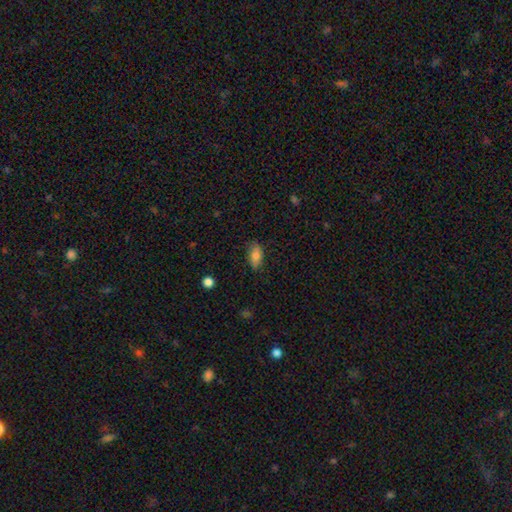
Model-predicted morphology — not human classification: Smooth or featured?
  - smooth: 79% *
  - featured or disk: 13%
  - star or artifact: 8%
How rounded?
  - in between: 87% *
  - cigar-shaped: 9%
  - round: 5%
Merging?
  - none: 81% *
  - minor disturbance: 15%
  - major disturbance: 3%
  - merger: 1%